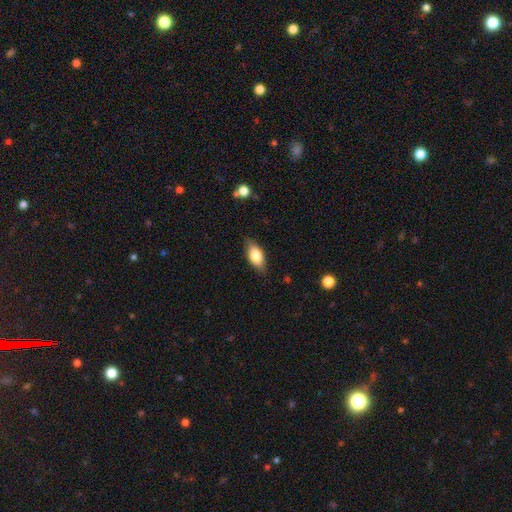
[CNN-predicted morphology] This appears to be a smooth galaxy with no disk features (78%) that is in between round and cigar-shaped (88%). Merging: none (84%).